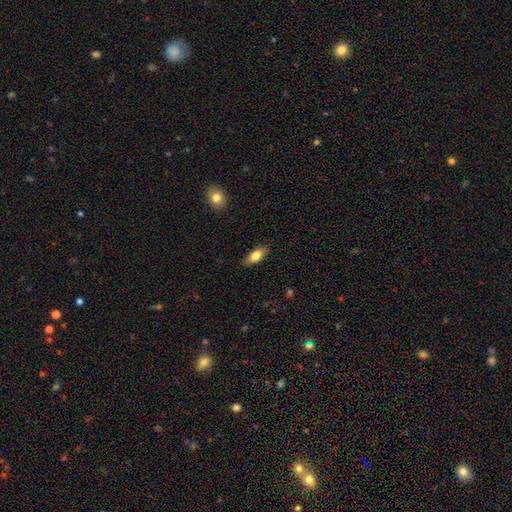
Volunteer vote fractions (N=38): smooth_or_featured: smooth (p=0.76) [alt: featured or disk p=0.18]
how_rounded: in between (p=0.86) [alt: cigar-shaped p=0.10]
merging: none (p=0.86) [alt: minor disturbance p=0.11]